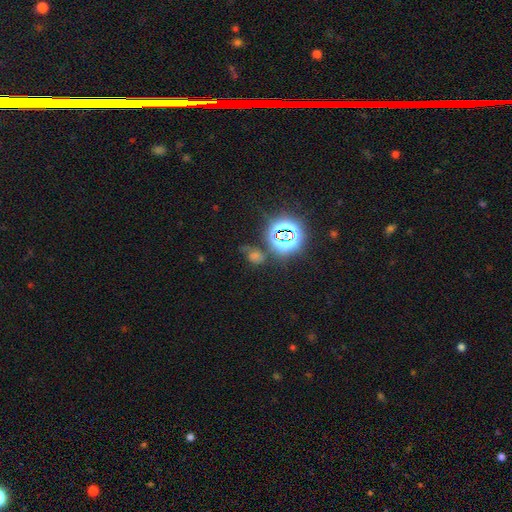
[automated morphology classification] Smooth or featured? Predicted: star or artifact (p=0.44).